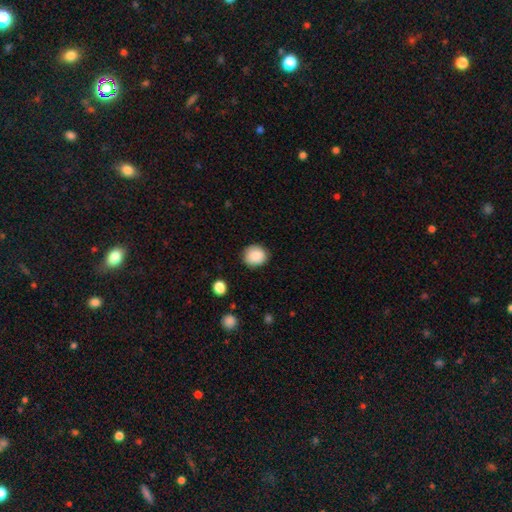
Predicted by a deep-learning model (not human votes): This appears to be a smooth galaxy with no disk features (88%) that is round (79%). Merging: none (86%).